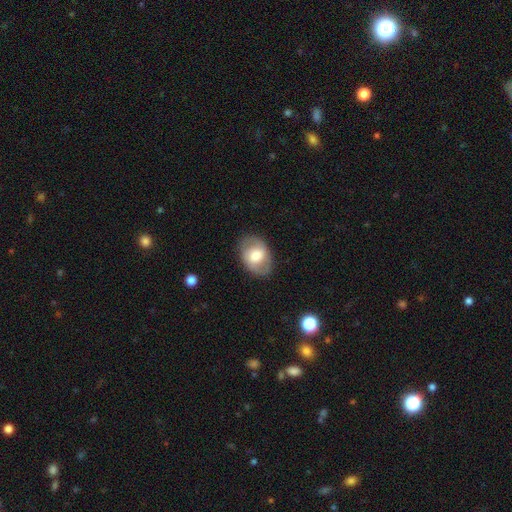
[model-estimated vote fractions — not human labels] This is possibly a smooth galaxy (49%). Merging: clearly none (82%).